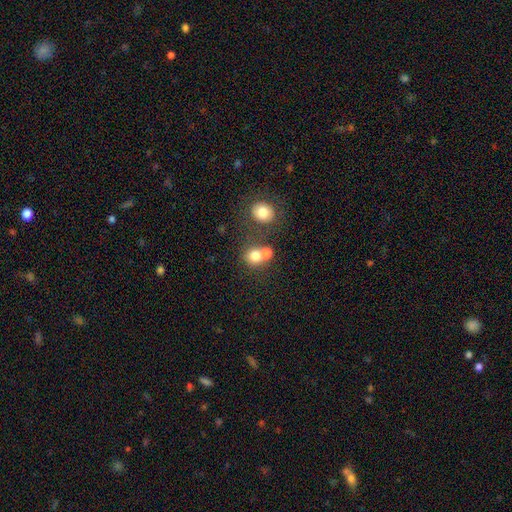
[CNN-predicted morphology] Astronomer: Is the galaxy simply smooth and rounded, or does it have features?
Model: smooth — 75%.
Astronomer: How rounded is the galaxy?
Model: round — 81%.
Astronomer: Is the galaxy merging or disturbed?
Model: none — 48% (runner-up: merger, 41%).